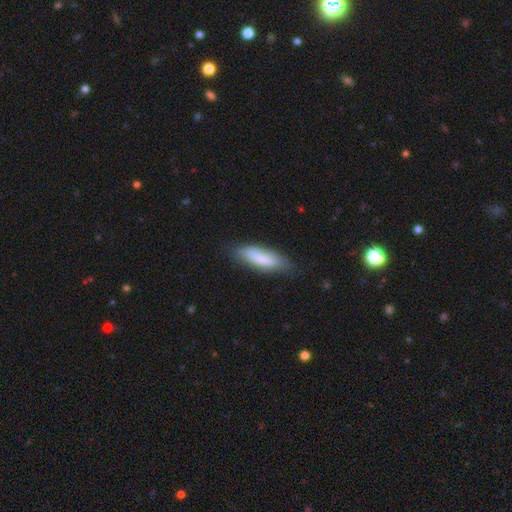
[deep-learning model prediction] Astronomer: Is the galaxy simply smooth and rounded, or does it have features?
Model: smooth — 77%.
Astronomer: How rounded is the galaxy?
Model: cigar-shaped — 56% (runner-up: in between, 43%).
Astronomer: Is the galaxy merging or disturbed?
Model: none — 80%.